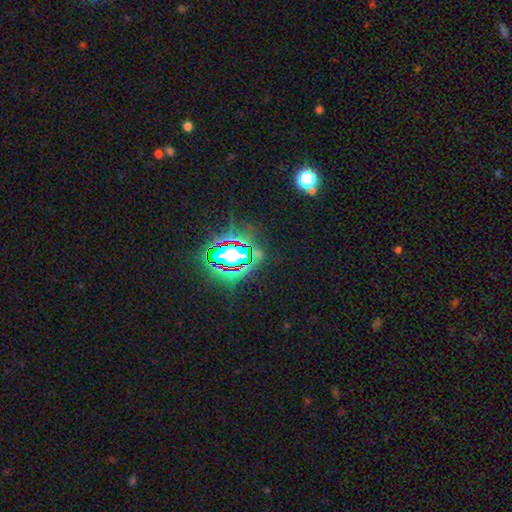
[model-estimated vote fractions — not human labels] star or artifact 75%, smooth 15%, featured or disk 10%.